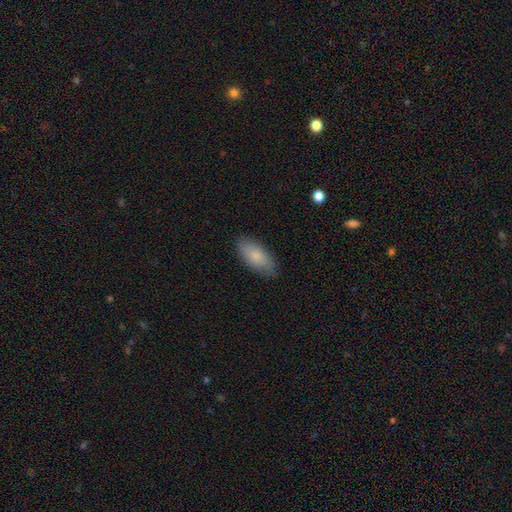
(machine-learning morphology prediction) smooth_or_featured: smooth (p=0.82) [alt: featured or disk p=0.12]
how_rounded: in between (p=0.89) [alt: cigar-shaped p=0.09]
merging: none (p=0.82) [alt: minor disturbance p=0.15]